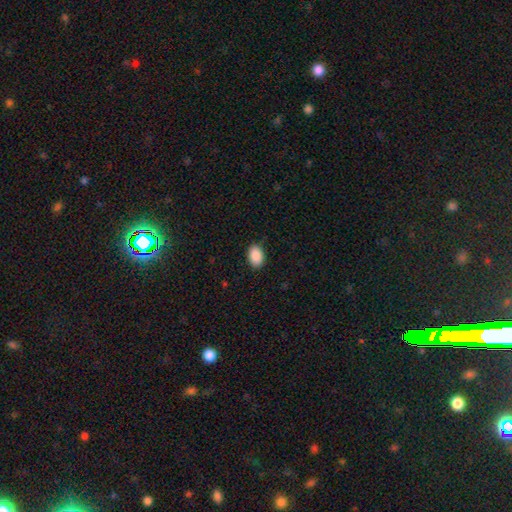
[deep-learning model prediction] Smooth or featured?
  - smooth: 90% *
  - star or artifact: 7%
  - featured or disk: 3%
How rounded?
  - in between: 87% *
  - round: 12%
  - cigar-shaped: 1%
Merging?
  - none: 86% *
  - minor disturbance: 11%
  - major disturbance: 2%
  - merger: 1%